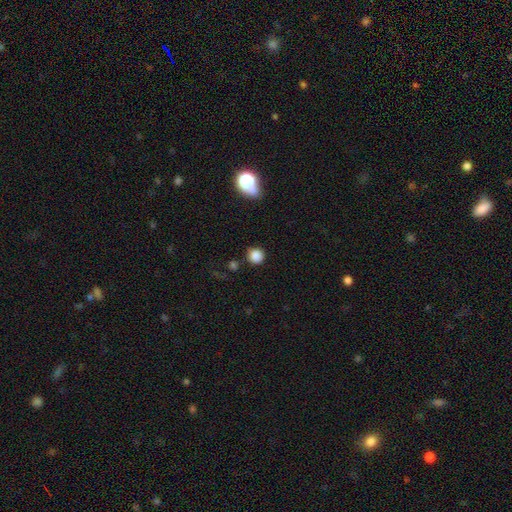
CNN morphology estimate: Smooth or featured? Predicted: smooth (p=0.84). How rounded? Predicted: round (p=0.93). Merging? Predicted: none (p=0.85).